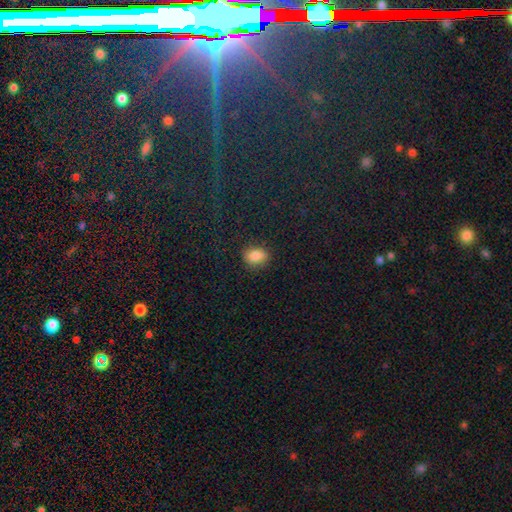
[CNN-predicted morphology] Smooth or featured? Predicted: smooth (p=0.85). How rounded? Predicted: in between (p=0.65). Merging? Predicted: none (p=0.84).